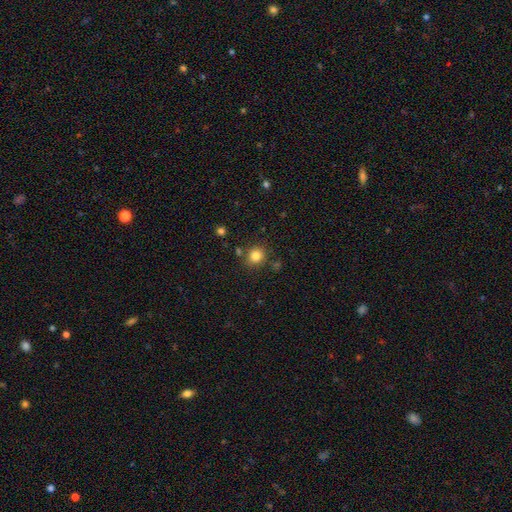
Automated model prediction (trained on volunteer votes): Smooth or featured? Predicted: smooth (p=0.83). How rounded? Predicted: round (p=0.84). Merging? Predicted: none (p=0.81).